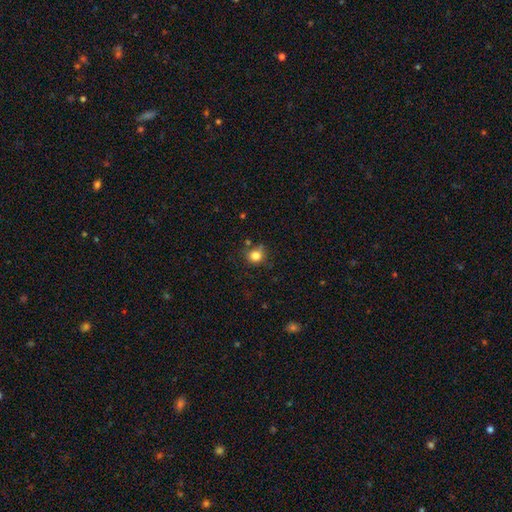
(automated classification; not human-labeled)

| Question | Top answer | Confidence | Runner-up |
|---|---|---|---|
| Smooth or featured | smooth | 81% | star or artifact (12%) |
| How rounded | round | 85% | in between (14%) |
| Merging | none | 68% | minor disturbance (20%) |